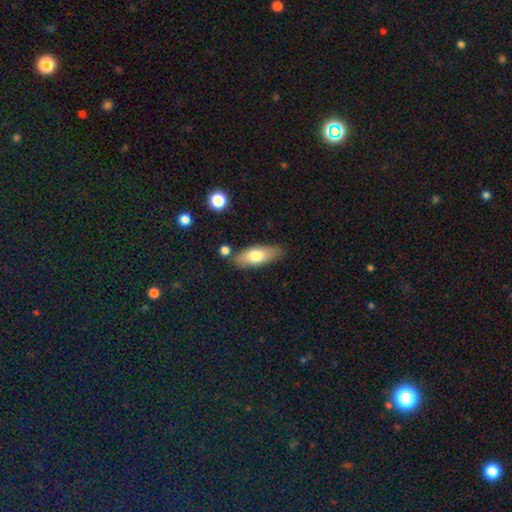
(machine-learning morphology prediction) A smooth galaxy with no disk features (71%) that is in between round and cigar-shaped (74%).

Vote fractions:
- Smooth or featured? smooth: 71% / featured or disk: 23% / star or artifact: 6%
- How rounded? in between: 74% / cigar-shaped: 24% / round: 3%
- Merging? none: 78% / minor disturbance: 14% / merger: 5% / major disturbance: 3%